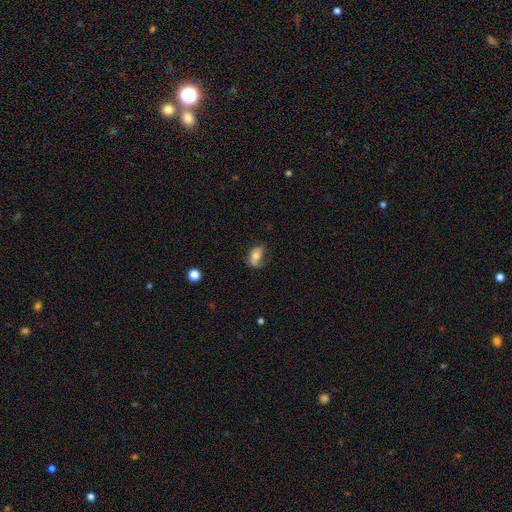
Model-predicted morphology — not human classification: smooth-or-featured: smooth: 61% | featured or disk: 30% | star or artifact: 9%
  how-rounded: in between: 87% | round: 9% | cigar-shaped: 5%
  merging: none: 46% | minor disturbance: 32% | major disturbance: 20% | merger: 3%